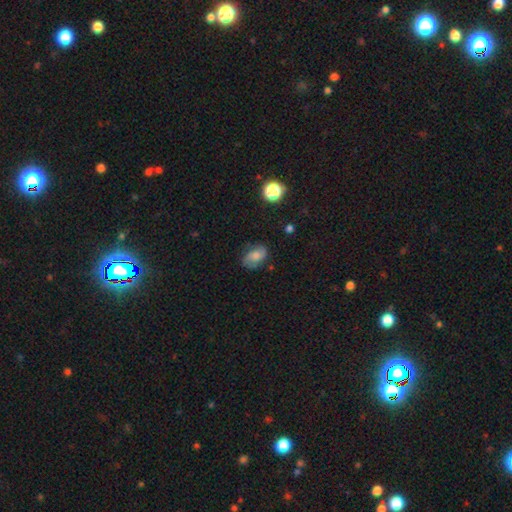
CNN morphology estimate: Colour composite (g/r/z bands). It shows a featured or disk galaxy (46%). Merging: none (72%).